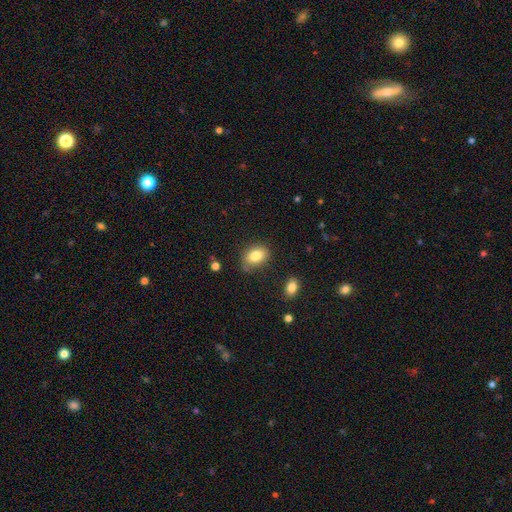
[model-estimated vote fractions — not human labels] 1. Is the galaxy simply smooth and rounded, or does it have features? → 82% smooth, 10% featured or disk, 9% star or artifact.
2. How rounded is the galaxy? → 78% in between, 21% round, 1% cigar-shaped.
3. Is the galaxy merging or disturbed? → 72% none, 20% minor disturbance, 5% major disturbance, 3% merger.